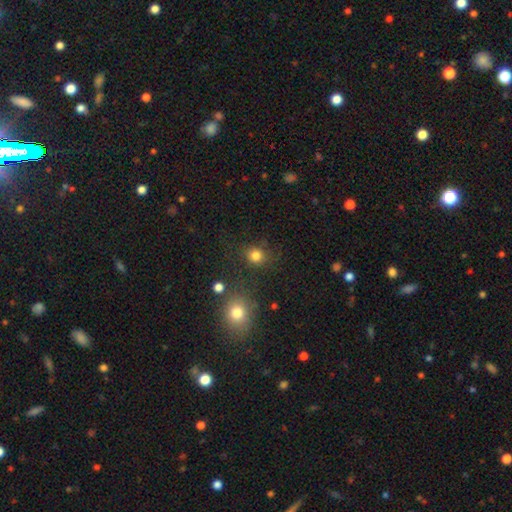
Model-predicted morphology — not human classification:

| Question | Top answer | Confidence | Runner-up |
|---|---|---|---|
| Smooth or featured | smooth | 80% | star or artifact (15%) |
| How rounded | round | 84% | in between (15%) |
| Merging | none | 78% | minor disturbance (11%) |